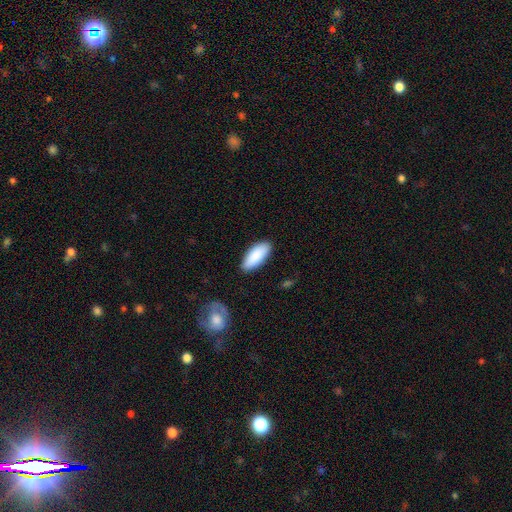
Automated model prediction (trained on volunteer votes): smooth 89%, featured or disk 6%, star or artifact 5%. Down the decision tree: how rounded — in between (82%); merging — none (87%).